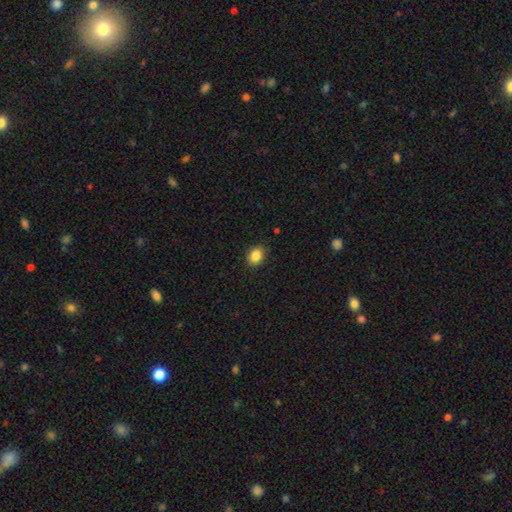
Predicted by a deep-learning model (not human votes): A smooth galaxy with no disk features (86%) that is in between round and cigar-shaped (56%). Merging: none (88%).